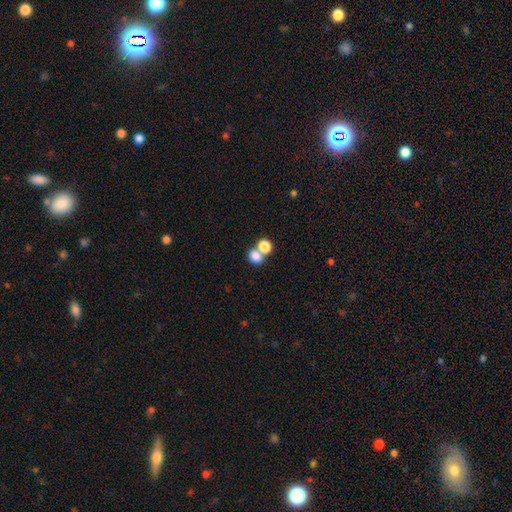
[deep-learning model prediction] smooth 80%, star or artifact 11%, featured or disk 9%. Down the decision tree: how rounded — round (53%); merging — merger (52%).